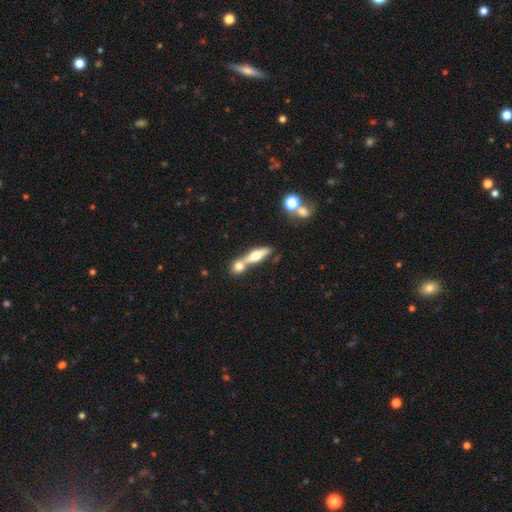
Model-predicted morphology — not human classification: The model was most divided on "smooth or featured": featured or disk: 47%, smooth: 45%, star or artifact: 8%. More confident: merging — merger (51%).